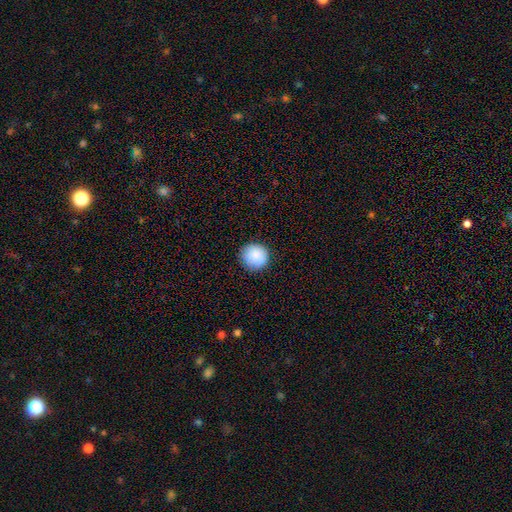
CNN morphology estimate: This is clearly a smooth galaxy (88%). How rounded: clearly round (93%). Merging: clearly none (89%).